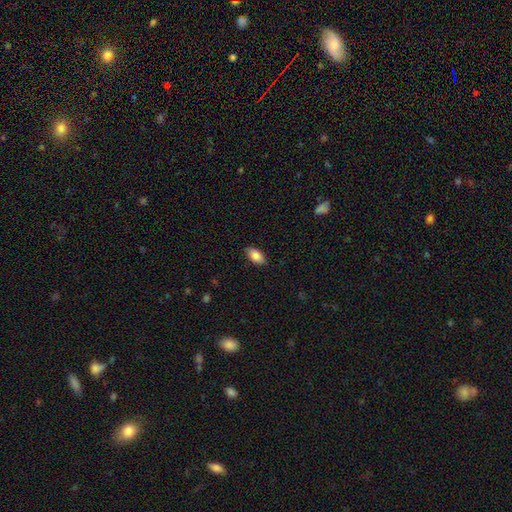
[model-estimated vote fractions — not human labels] Q: Smooth or featured?
A: smooth (85%); runner-up: featured or disk (8%)
Q: How rounded?
A: in between (93%); runner-up: round (4%)
Q: Merging?
A: none (87%); runner-up: minor disturbance (10%)